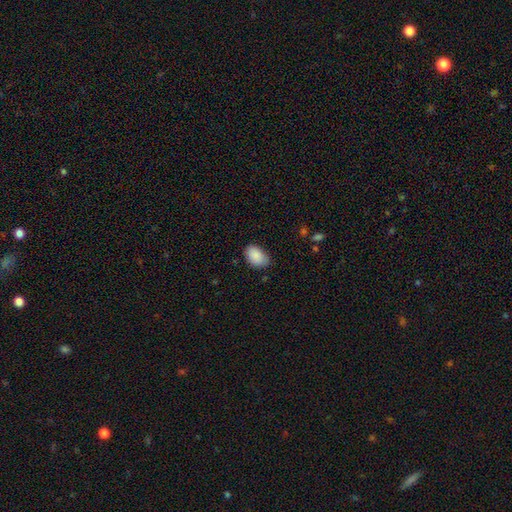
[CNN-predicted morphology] Smooth or featured: smooth — 89% (star or artifact — 7%)
How rounded: in between — 88% (round — 11%)
Merging: none — 70% (minor disturbance — 25%)